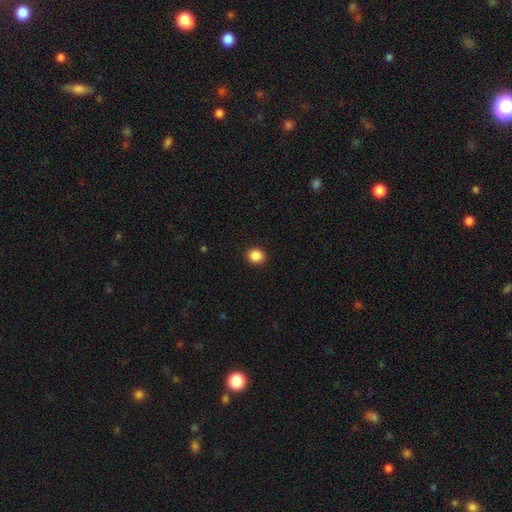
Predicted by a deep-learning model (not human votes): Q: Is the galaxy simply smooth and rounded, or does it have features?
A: smooth — 87%.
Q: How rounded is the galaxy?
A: round — 86%.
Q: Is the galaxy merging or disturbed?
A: none — 92%.